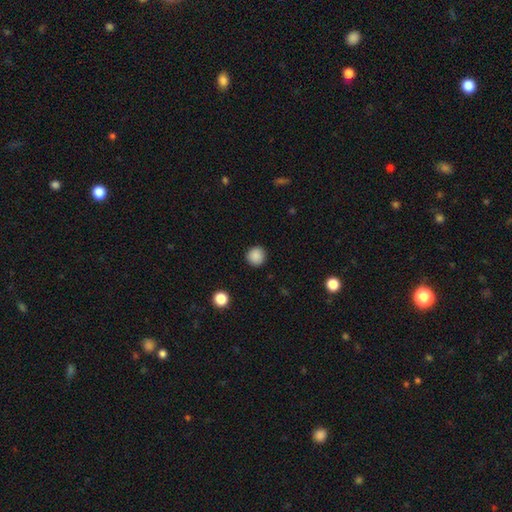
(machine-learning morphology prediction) Smooth or featured: smooth — 88% (star or artifact — 9%)
How rounded: round — 93% (in between — 6%)
Merging: none — 91% (minor disturbance — 6%)